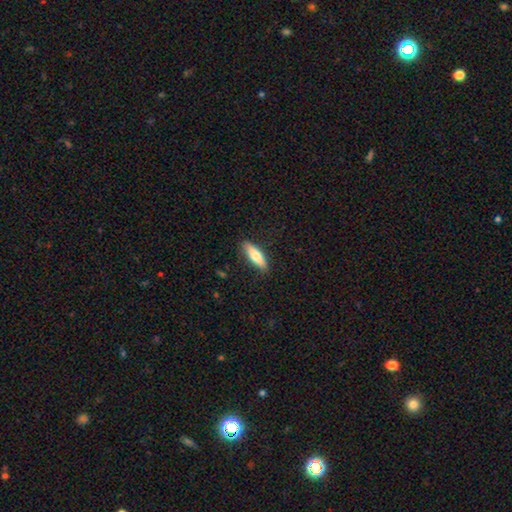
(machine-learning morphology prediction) This is likely a smooth galaxy (75%). How rounded: possibly cigar-shaped (52%). Merging: clearly none (87%).